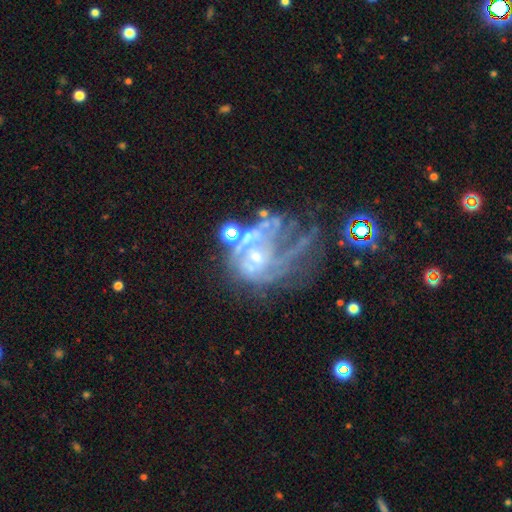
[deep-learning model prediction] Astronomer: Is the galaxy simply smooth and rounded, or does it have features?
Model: featured or disk — 76%.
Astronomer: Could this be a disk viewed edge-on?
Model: no — 98%.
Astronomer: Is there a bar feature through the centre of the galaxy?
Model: no — 72%.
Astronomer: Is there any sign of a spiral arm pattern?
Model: yes — 69%.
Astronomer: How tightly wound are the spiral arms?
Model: tight — 40% (runner-up: medium, 36%).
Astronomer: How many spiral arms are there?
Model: can't tell — 46%.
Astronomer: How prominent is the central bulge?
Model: small — 47% (runner-up: moderate, 32%).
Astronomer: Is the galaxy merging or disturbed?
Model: major disturbance — 44% (runner-up: none, 24%).